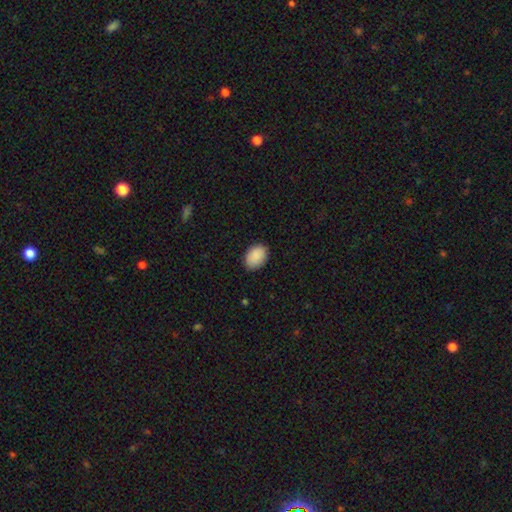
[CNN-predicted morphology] smooth-or-featured: smooth: 90% | star or artifact: 7% | featured or disk: 3%
  how-rounded: in between: 80% | round: 19% | cigar-shaped: 1%
  merging: none: 86% | minor disturbance: 11% | major disturbance: 2% | merger: 1%